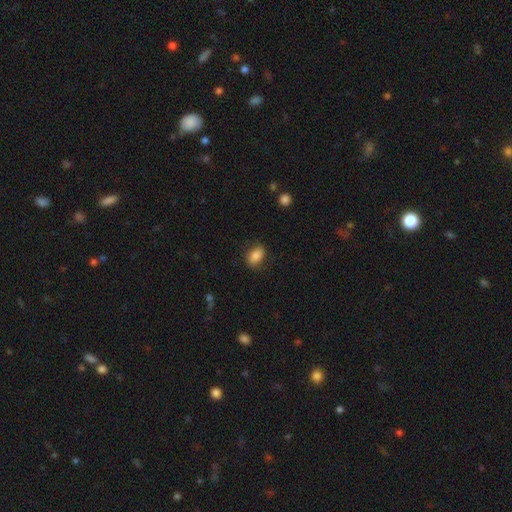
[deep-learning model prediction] The model was most divided on "merging": none: 76%, minor disturbance: 17%, major disturbance: 5%, merger: 1%. More confident: how rounded — in between (85%); smooth or featured — smooth (82%).